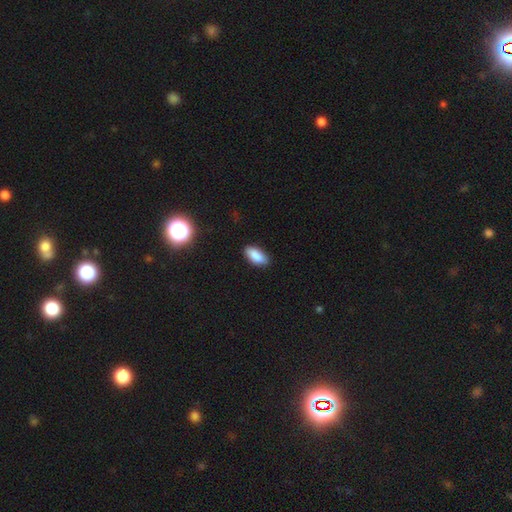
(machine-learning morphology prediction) Smooth or featured?
  - smooth: 87% *
  - star or artifact: 8%
  - featured or disk: 5%
How rounded?
  - in between: 89% *
  - cigar-shaped: 9%
  - round: 3%
Merging?
  - none: 84% *
  - minor disturbance: 12%
  - major disturbance: 2%
  - merger: 1%